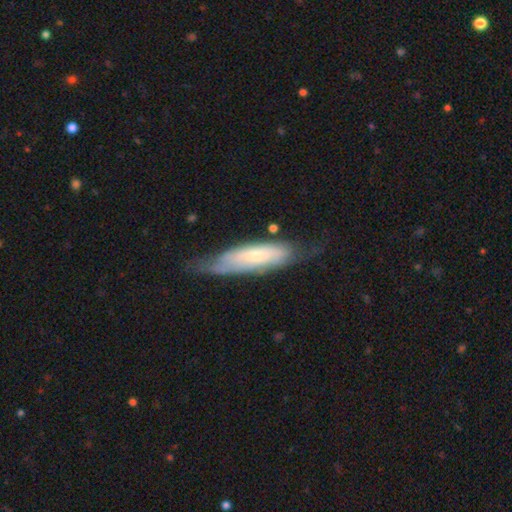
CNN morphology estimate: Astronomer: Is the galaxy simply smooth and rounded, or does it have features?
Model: featured or disk — 52% (runner-up: smooth, 42%).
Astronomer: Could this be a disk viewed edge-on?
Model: no — 65%.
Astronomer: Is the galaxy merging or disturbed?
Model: none — 53% (runner-up: minor disturbance, 30%).